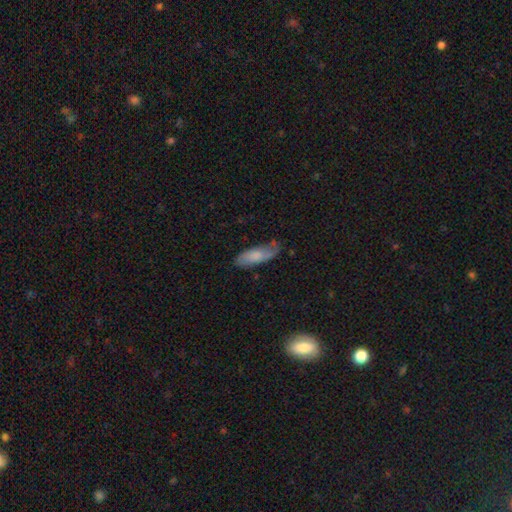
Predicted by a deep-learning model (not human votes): smooth_or_featured: smooth (p=0.71) [alt: featured or disk p=0.23]
how_rounded: in between (p=0.64) [alt: cigar-shaped p=0.34]
merging: none (p=0.65) [alt: minor disturbance p=0.27]